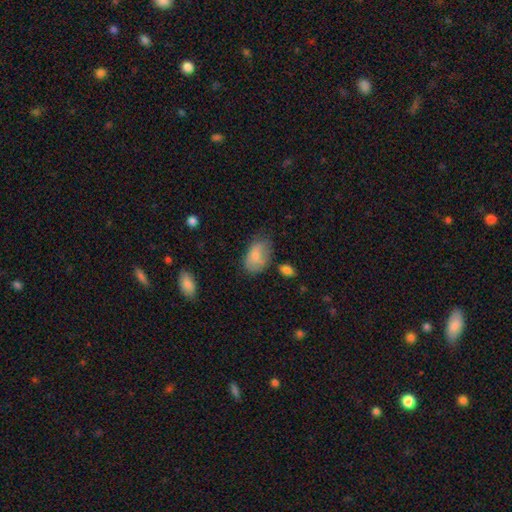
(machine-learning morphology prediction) smooth_or_featured: smooth (p=0.80) [alt: featured or disk p=0.12]
how_rounded: in between (p=0.92) [alt: round p=0.07]
merging: none (p=0.53) [alt: minor disturbance p=0.32]